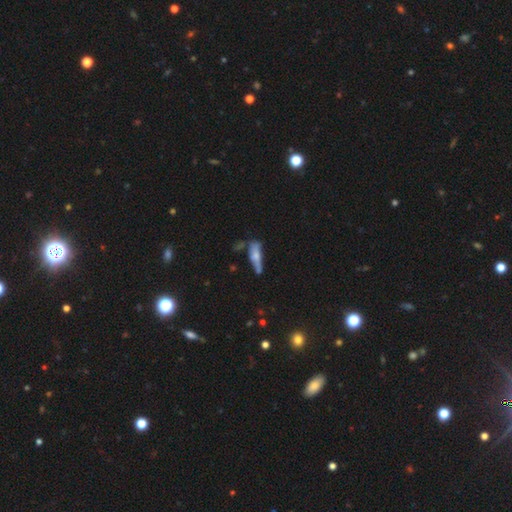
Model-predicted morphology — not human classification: smooth-or-featured: smooth: 56% | featured or disk: 36% | star or artifact: 8%
  how-rounded: cigar-shaped: 63% | in between: 35% | round: 3%
  merging: none: 41% | minor disturbance: 26% | merger: 17% | major disturbance: 16%